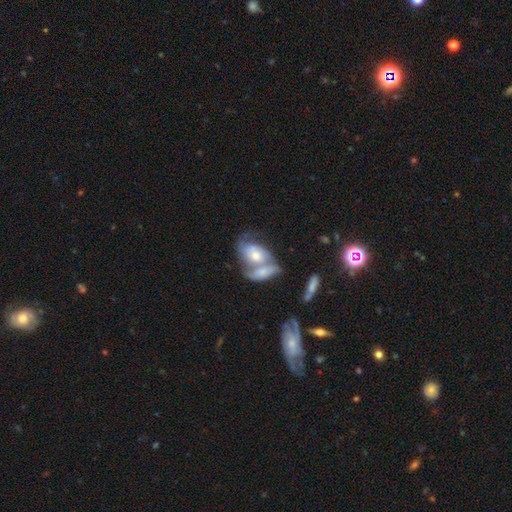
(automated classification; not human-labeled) Morphology: type=featured or disk (57%); edge-on=no (94%); bar=no (71%); spiral arms=yes (75%); bulge=moderate (55%); merging=merger (64%).